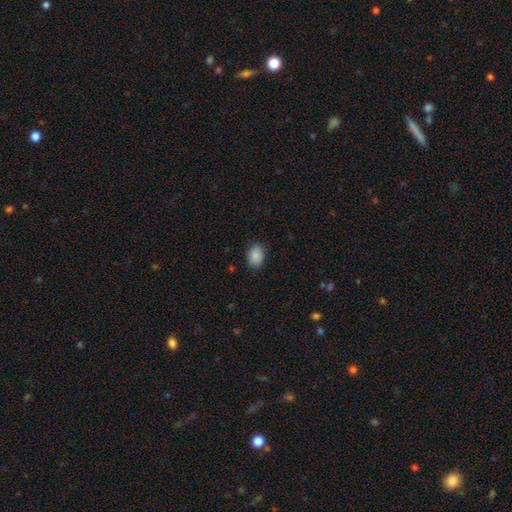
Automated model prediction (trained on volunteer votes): This is clearly a smooth galaxy (89%). How rounded: likely in between (79%). Merging: clearly none (87%).